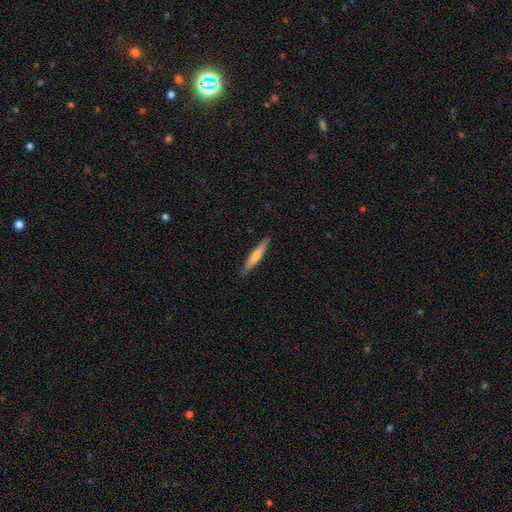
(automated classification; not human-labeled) smooth 52%, featured or disk 42%, star or artifact 5%. Down the decision tree: how rounded — cigar-shaped (92%); merging — none (89%).